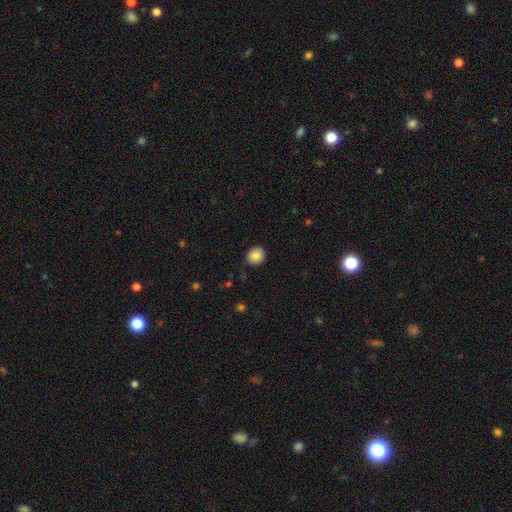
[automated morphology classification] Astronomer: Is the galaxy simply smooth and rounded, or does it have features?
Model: smooth — 87%.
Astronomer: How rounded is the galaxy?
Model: round — 83%.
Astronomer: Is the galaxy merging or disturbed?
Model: none — 87%.